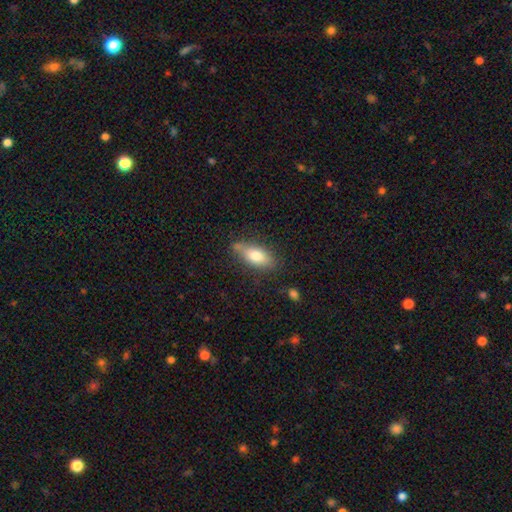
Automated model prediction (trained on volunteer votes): Q: Smooth or featured?
A: smooth (75%); runner-up: featured or disk (18%)
Q: How rounded?
A: in between (78%); runner-up: cigar-shaped (18%)
Q: Merging?
A: none (68%); runner-up: minor disturbance (22%)